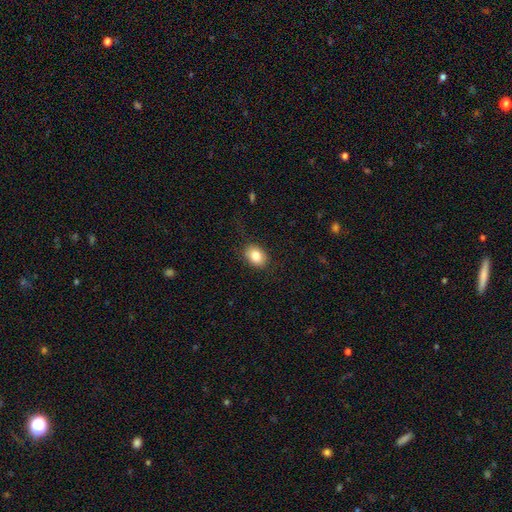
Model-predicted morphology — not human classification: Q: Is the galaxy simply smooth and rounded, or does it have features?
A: smooth — 84%.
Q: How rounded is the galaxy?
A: in between — 66%.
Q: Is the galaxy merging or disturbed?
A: none — 82%.